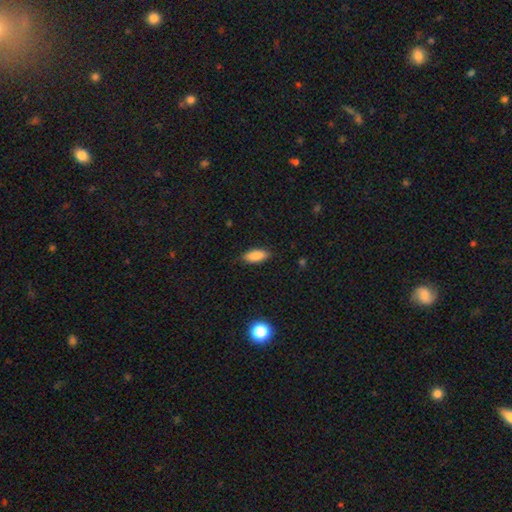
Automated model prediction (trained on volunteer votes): smooth 86%, star or artifact 7%, featured or disk 6%. Down the decision tree: how rounded — in between (83%); merging — none (86%).